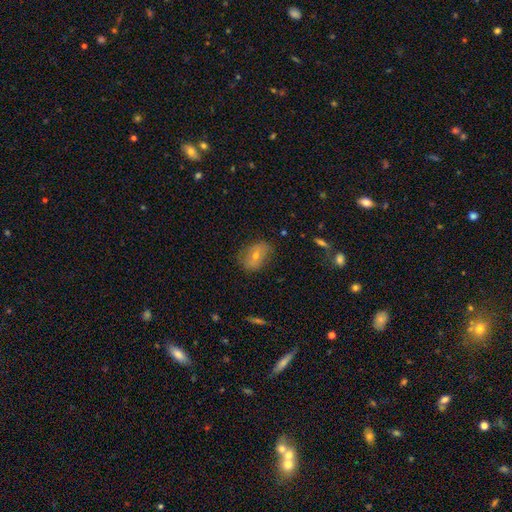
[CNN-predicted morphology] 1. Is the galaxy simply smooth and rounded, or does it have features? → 43% smooth, 41% featured or disk, 16% star or artifact.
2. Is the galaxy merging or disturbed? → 75% none, 18% minor disturbance, 6% major disturbance, 2% merger.